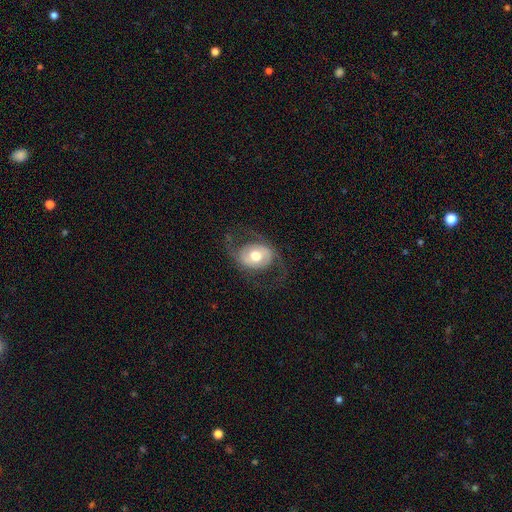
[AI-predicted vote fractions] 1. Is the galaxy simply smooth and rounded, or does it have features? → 66% featured or disk, 27% smooth, 6% star or artifact.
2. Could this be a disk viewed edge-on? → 95% no, 5% yes.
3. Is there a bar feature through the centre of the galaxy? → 64% no, 25% weak, 11% strong.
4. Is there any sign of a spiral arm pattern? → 71% yes, 29% no.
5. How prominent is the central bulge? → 68% moderate, 22% large, 6% small, 3% dominant, 1% none.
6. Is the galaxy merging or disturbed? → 64% none, 20% major disturbance, 15% minor disturbance, 1% merger.